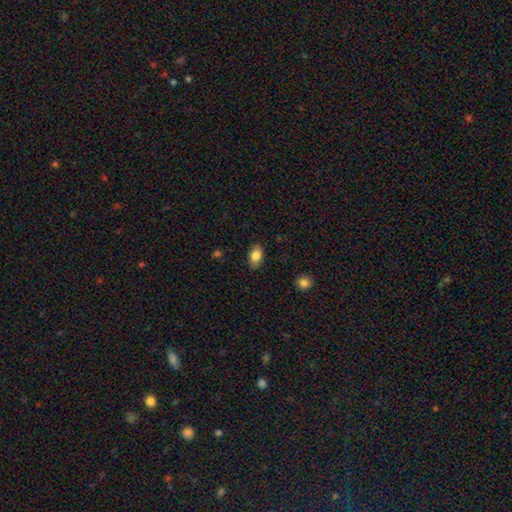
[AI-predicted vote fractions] This appears to be a smooth galaxy with no disk features (82%) that is in between round and cigar-shaped (91%). Merging: none (87%).